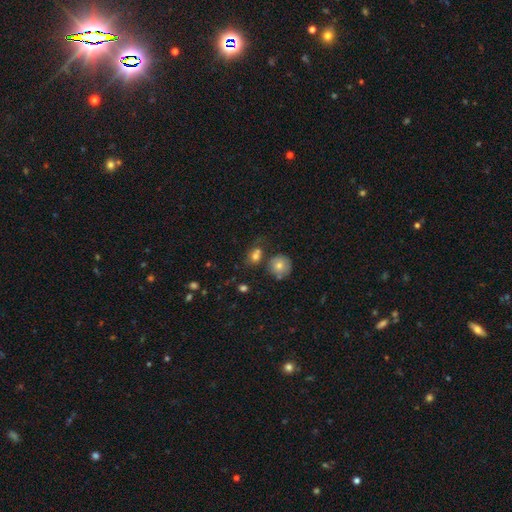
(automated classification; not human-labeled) Smooth or featured? smooth (74%)
How rounded? round (56%)
Merging? none (51%)